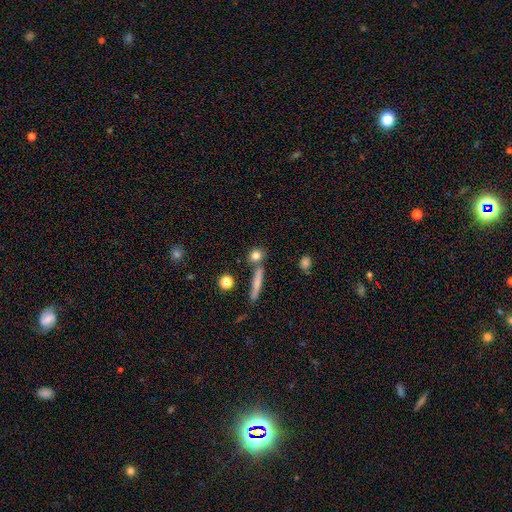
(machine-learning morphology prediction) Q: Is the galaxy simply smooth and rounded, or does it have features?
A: smooth — 78%.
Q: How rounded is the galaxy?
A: round — 73%.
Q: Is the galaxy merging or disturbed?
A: none — 70%.